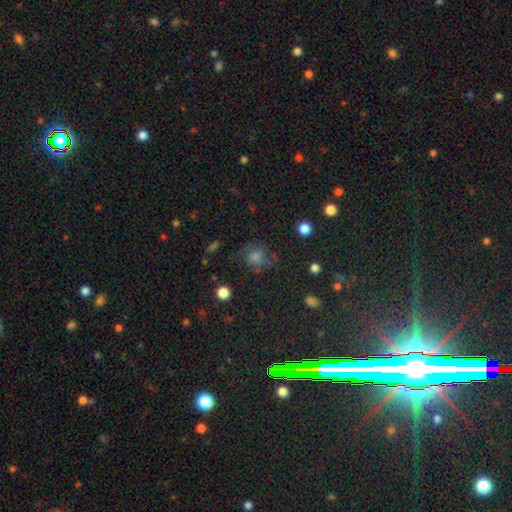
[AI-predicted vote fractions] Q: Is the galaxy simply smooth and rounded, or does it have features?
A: smooth — 40%.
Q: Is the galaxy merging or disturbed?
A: none — 67%.